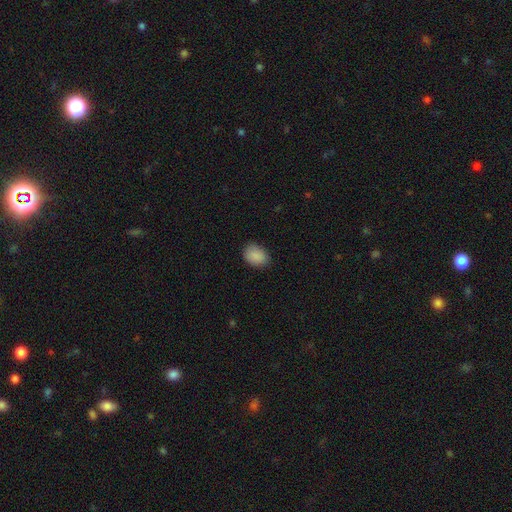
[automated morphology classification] Smooth or featured?
  - smooth: 89% *
  - star or artifact: 8%
  - featured or disk: 4%
How rounded?
  - in between: 73% *
  - round: 26%
  - cigar-shaped: 1%
Merging?
  - none: 78% *
  - minor disturbance: 18%
  - major disturbance: 3%
  - merger: 1%